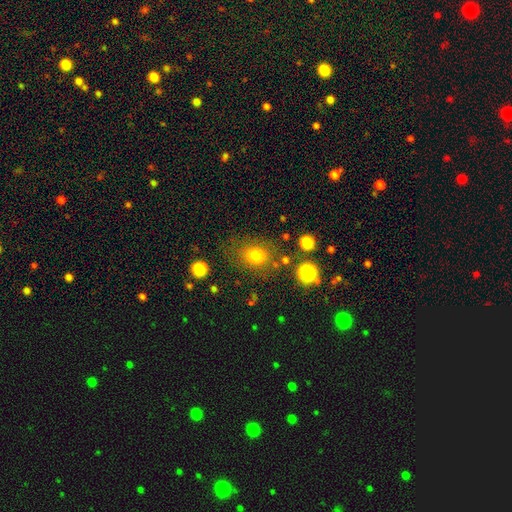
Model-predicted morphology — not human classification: Smooth or featured: smooth — 77% (star or artifact — 14%)
How rounded: round — 61% (in between — 38%)
Merging: none — 74% (minor disturbance — 14%)